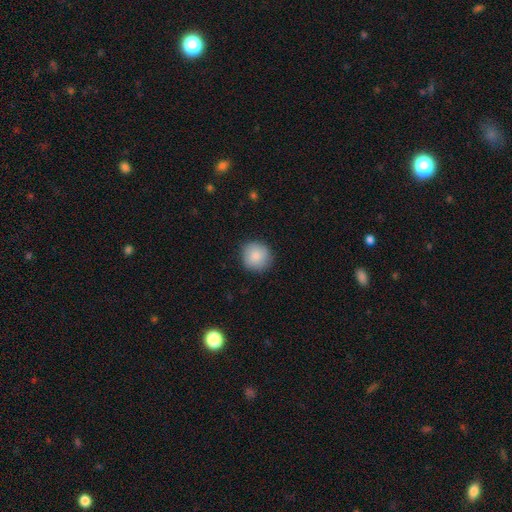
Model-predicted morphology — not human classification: This appears to be a smooth galaxy with no disk features (87%) that is round (93%). Merging: none (88%).